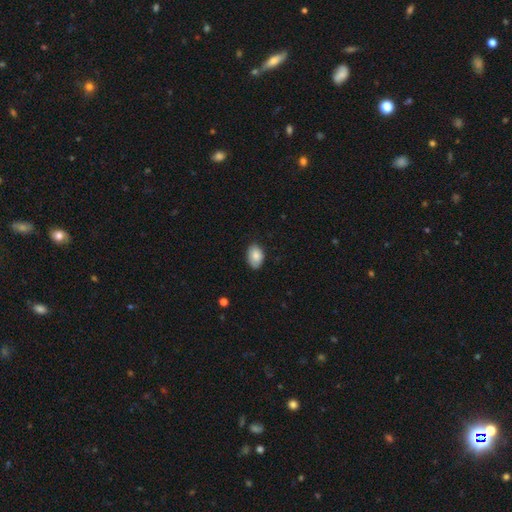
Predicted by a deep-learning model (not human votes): Smooth or featured? smooth (84%)
How rounded? in between (86%)
Merging? none (75%)